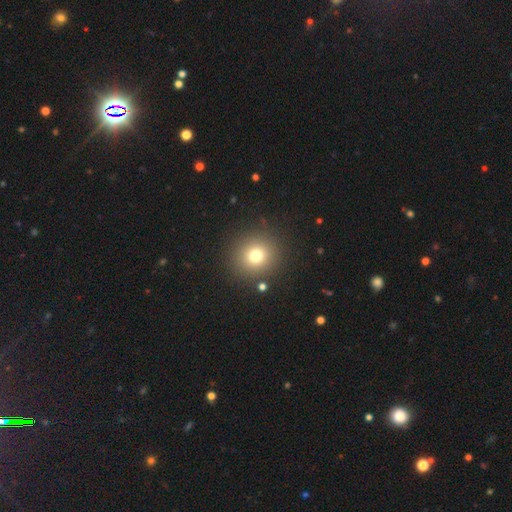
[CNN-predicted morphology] This appears to be a smooth galaxy with no disk features (75%) that is round (91%). Merging: none (89%).